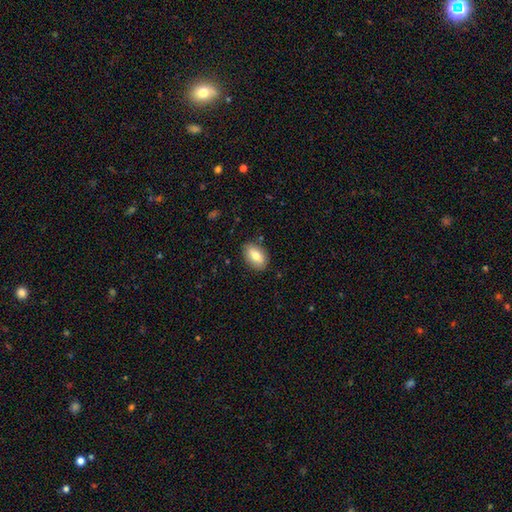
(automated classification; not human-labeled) A smooth galaxy with no disk features (76%) that is in between round and cigar-shaped (89%). Merging: none (84%).